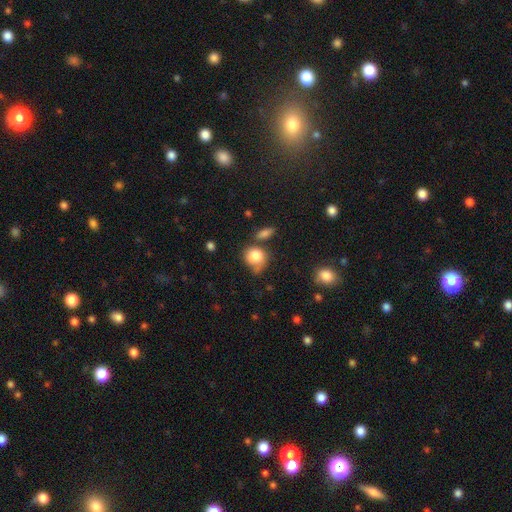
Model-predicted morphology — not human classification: A smooth galaxy with no disk features (80%) that is round (74%).

Vote fractions:
- Smooth or featured? smooth: 80% / featured or disk: 11% / star or artifact: 9%
- How rounded? round: 74% / in between: 25% / cigar-shaped: 1%
- Merging? none: 42% / minor disturbance: 29% / major disturbance: 14% / merger: 14%